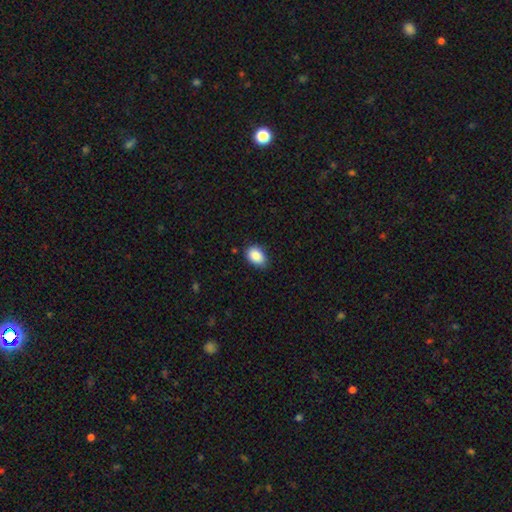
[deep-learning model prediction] smooth 89%, star or artifact 7%, featured or disk 4%. Down the decision tree: how rounded — in between (83%); merging — none (82%).